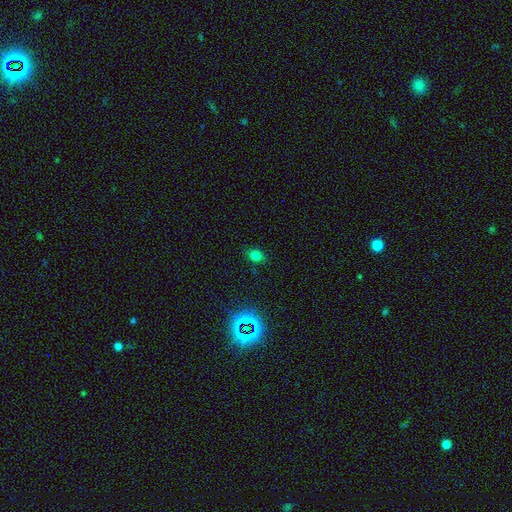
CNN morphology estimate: Smooth or featured: smooth — 73% (star or artifact — 21%)
How rounded: in between — 53% (round — 45%)
Merging: none — 84% (minor disturbance — 11%)